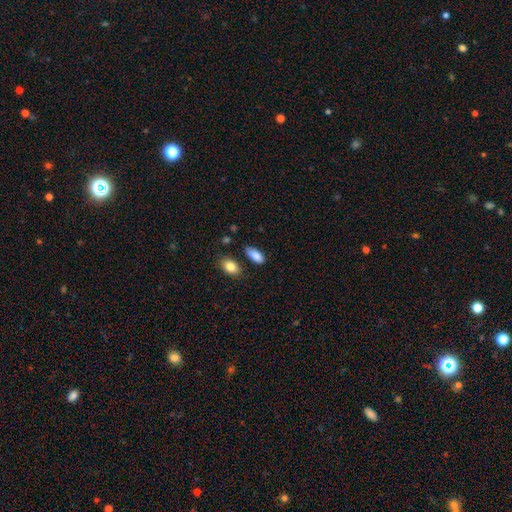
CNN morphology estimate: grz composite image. It shows a smooth galaxy with no disk features (87%) that is in between round and cigar-shaped (87%). Merging: none (70%).